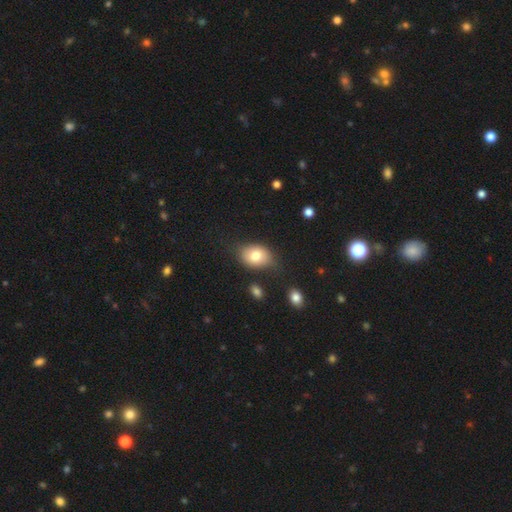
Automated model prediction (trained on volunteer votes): Smooth or featured? Predicted: smooth (p=0.76). How rounded? Predicted: in between (p=0.74). Merging? Predicted: none (p=0.72).